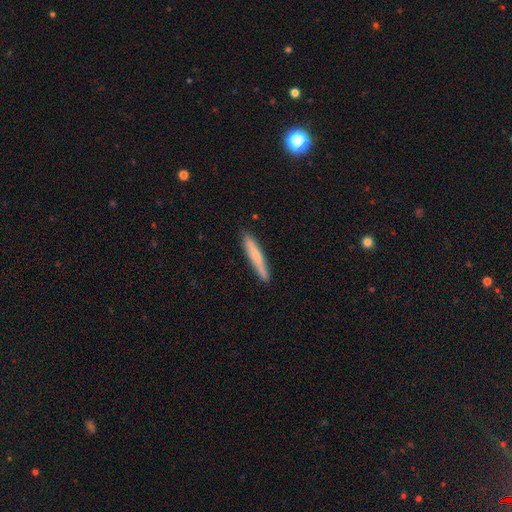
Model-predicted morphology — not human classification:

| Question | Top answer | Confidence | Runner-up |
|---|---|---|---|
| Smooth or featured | smooth | 66% | featured or disk (28%) |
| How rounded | cigar-shaped | 95% | in between (4%) |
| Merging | none | 88% | minor disturbance (9%) |